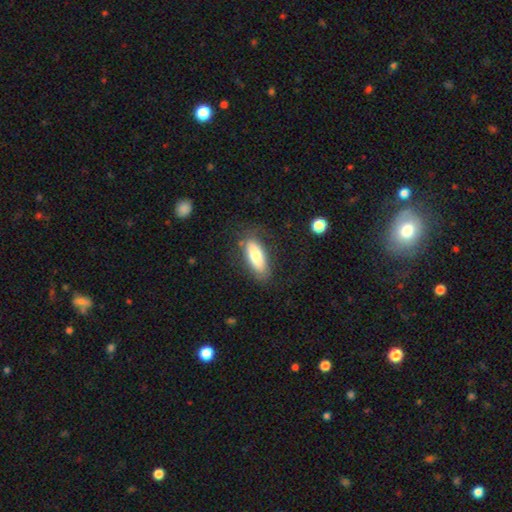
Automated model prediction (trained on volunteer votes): Overall: smooth (74%). How rounded: in between (71%). Merging: none (76%).